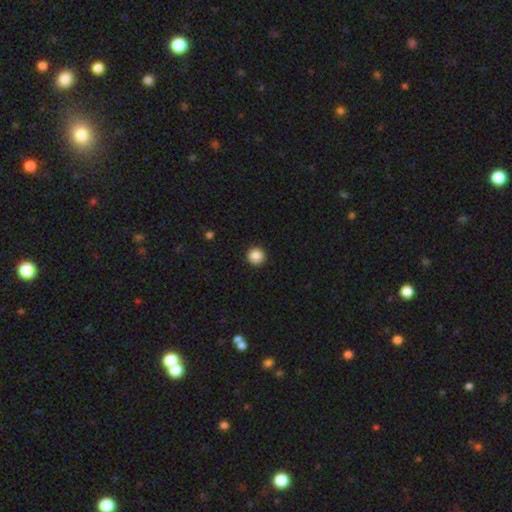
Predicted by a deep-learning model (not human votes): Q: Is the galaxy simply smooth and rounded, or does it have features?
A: smooth — 87%.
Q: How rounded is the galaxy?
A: round — 95%.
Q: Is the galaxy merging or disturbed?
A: none — 93%.